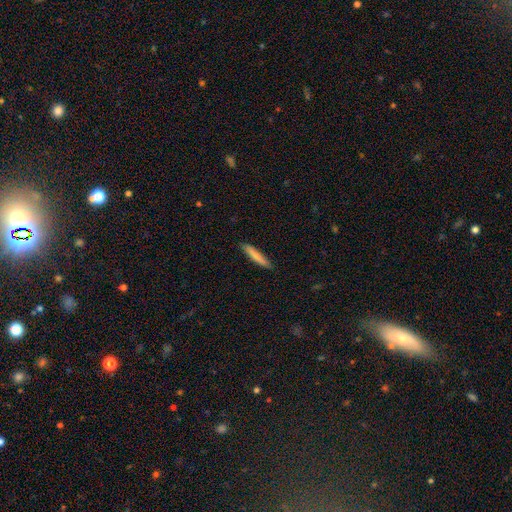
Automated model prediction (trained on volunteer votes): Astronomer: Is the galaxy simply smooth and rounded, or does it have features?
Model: smooth — 79%.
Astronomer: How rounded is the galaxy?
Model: cigar-shaped — 93%.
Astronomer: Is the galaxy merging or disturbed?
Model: none — 88%.